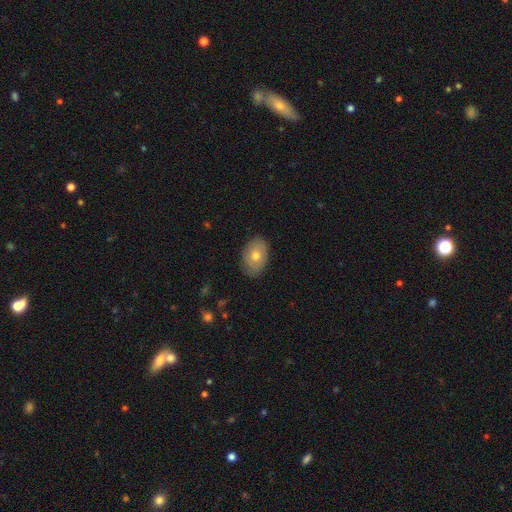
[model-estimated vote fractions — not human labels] Smooth or featured: smooth — 68% (featured or disk — 25%)
How rounded: in between — 86% (round — 13%)
Merging: none — 84% (minor disturbance — 12%)